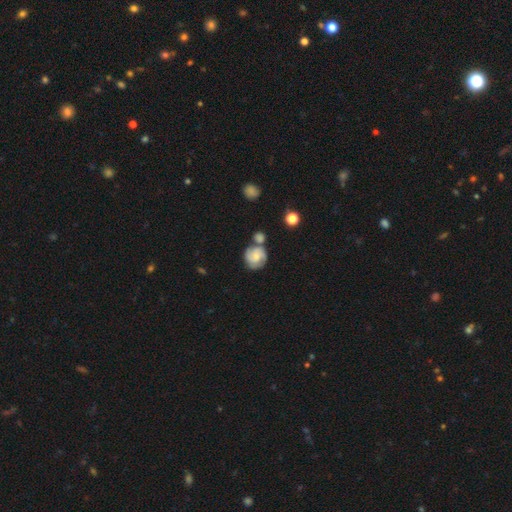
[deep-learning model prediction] The model was most divided on "bulge size" (2-way tie): small: 43%, moderate: 43%, none: 7%, large: 5%, dominant: 2%. Remaining: edge-on disk — no (98%); spiral arms — yes (83%); bar — no (73%); smooth or featured — featured or disk (53%); merging — none (47%).